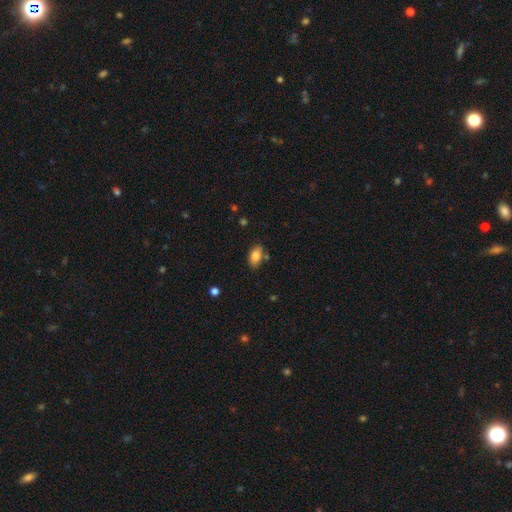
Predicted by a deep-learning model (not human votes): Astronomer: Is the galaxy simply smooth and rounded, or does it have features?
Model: smooth — 81%.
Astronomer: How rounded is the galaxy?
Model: in between — 90%.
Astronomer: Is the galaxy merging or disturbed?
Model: none — 74%.